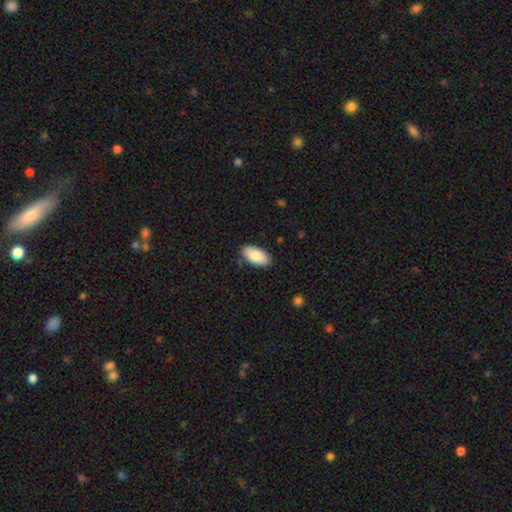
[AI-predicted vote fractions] This is clearly a smooth galaxy (87%). How rounded: clearly in between (94%). Merging: clearly none (83%).